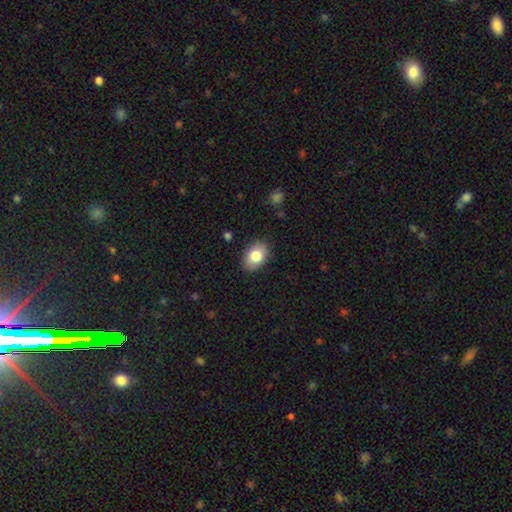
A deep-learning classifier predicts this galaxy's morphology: Q: Smooth or featured?
A: smooth (81%); runner-up: featured or disk (12%)
Q: How rounded?
A: in between (82%); runner-up: round (16%)
Q: Merging?
A: none (86%); runner-up: minor disturbance (10%)